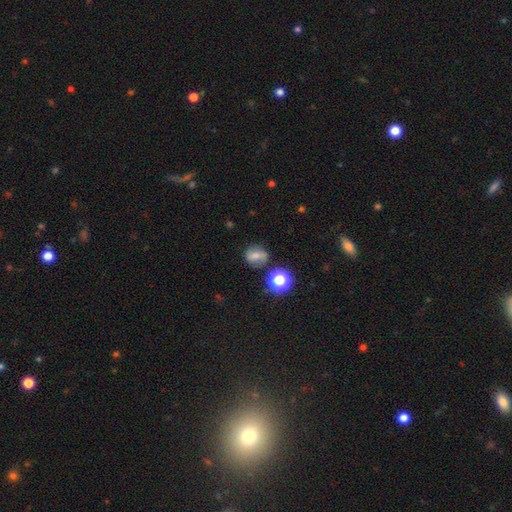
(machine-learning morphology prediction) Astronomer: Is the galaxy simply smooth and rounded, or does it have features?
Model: smooth — 58%.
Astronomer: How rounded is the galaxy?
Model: round — 70%.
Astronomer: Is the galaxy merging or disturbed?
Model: none — 76%.